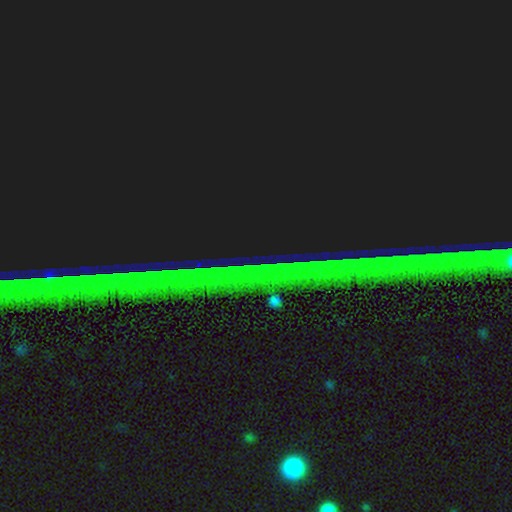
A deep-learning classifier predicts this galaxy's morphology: Smooth or featured: star or artifact — 86% (featured or disk — 8%)